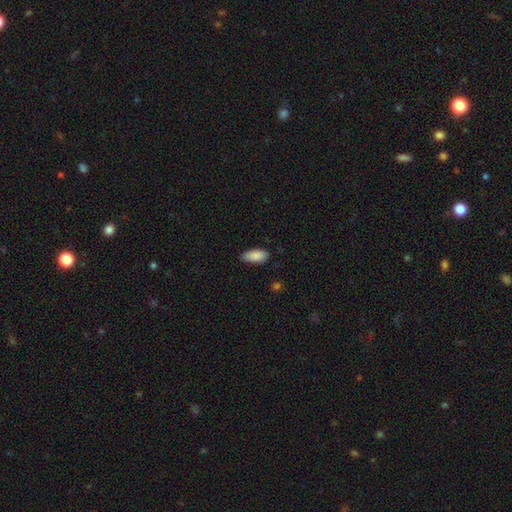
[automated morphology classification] Smooth or featured? smooth (89%)
How rounded? in between (89%)
Merging? none (73%)